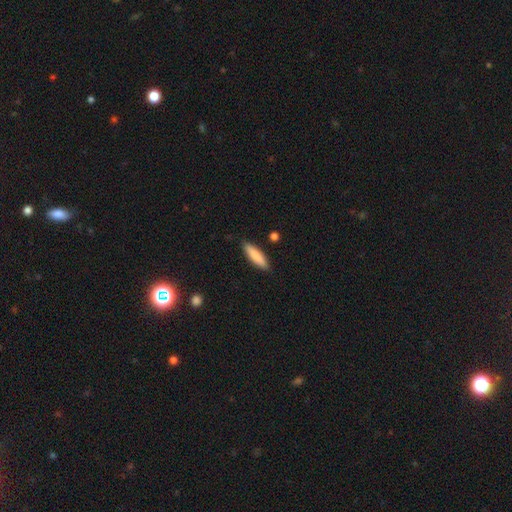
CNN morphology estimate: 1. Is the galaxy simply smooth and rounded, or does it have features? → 84% smooth, 10% featured or disk, 6% star or artifact.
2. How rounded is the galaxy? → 70% cigar-shaped, 28% in between, 1% round.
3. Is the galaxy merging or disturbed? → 87% none, 9% minor disturbance, 2% major disturbance, 2% merger.